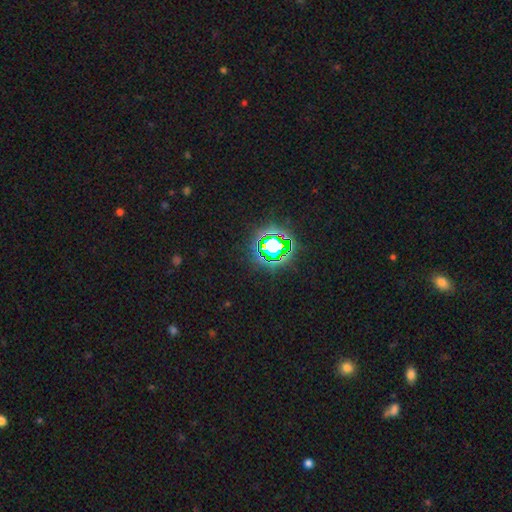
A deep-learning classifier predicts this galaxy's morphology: Smooth or featured?
  - star or artifact: 80% *
  - smooth: 13%
  - featured or disk: 6%